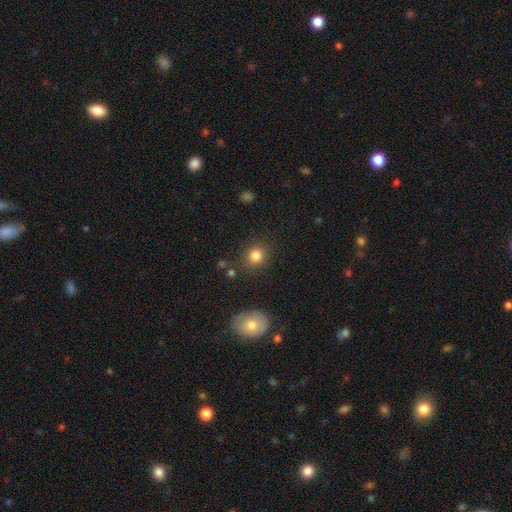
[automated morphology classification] A smooth galaxy with no disk features (83%) that is round (77%).

Vote fractions:
- Smooth or featured? smooth: 83% / star or artifact: 11% / featured or disk: 6%
- How rounded? round: 77% / in between: 22% / cigar-shaped: 1%
- Merging? none: 83% / minor disturbance: 10% / major disturbance: 4% / merger: 3%